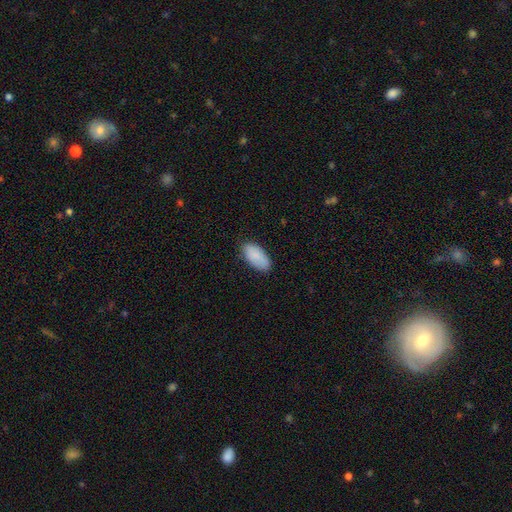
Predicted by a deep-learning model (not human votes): Morphology: type=smooth (88%); roundness=in between (94%); merging=none (81%).